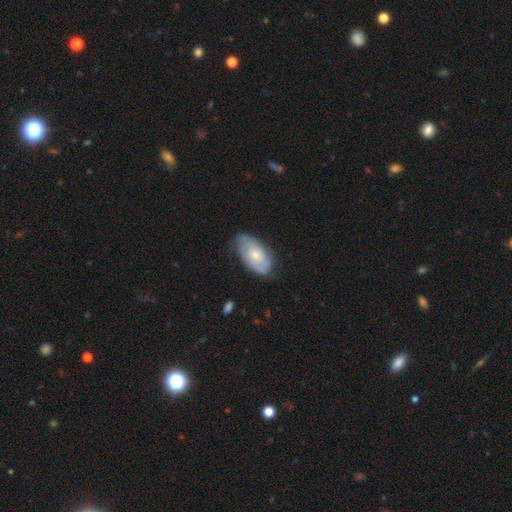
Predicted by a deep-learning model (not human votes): This is possibly a featured or disk galaxy (57%). It is clearly not viewed edge-on (94%). Bar: likely no (75%). Spiral arm pattern: clearly yes (81%). Central bulge: possibly small (54%). Merging: likely none (68%).